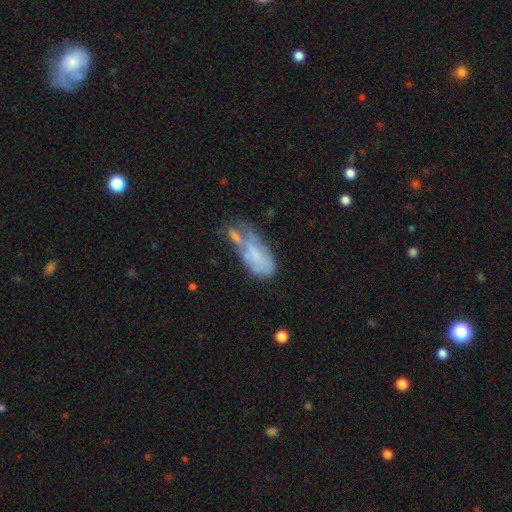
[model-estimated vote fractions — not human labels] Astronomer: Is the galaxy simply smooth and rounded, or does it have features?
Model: smooth — 49% (runner-up: featured or disk, 42%).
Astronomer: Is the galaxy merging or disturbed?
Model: merger — 30% (runner-up: major disturbance, 25%).